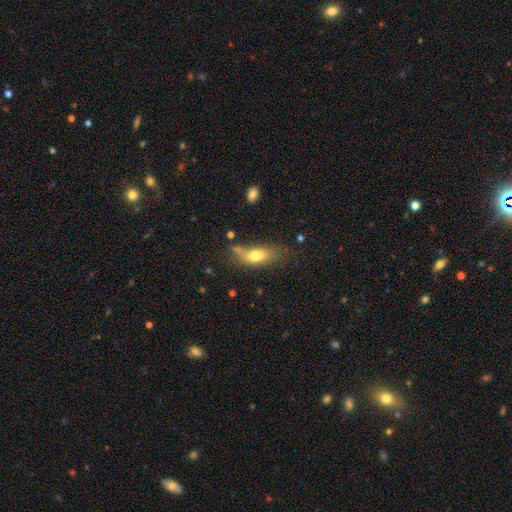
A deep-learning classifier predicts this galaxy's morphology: The model was most divided on "merging": none: 55%, minor disturbance: 25%, major disturbance: 11%, merger: 9%. More confident: how rounded — in between (75%); smooth or featured — smooth (72%).